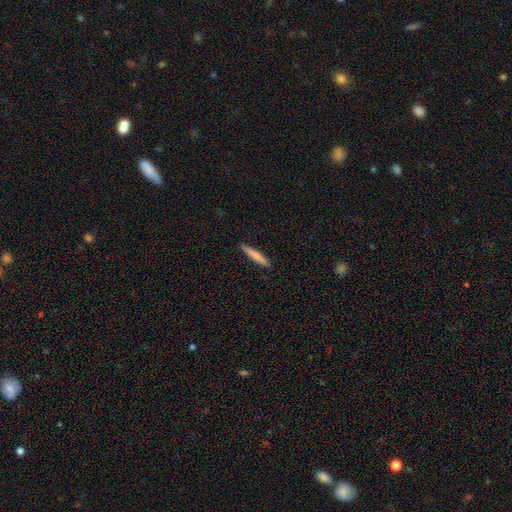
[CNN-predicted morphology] This appears to be a smooth galaxy with no disk features (73%) that is cigar-shaped (94%). Merging: none (90%).